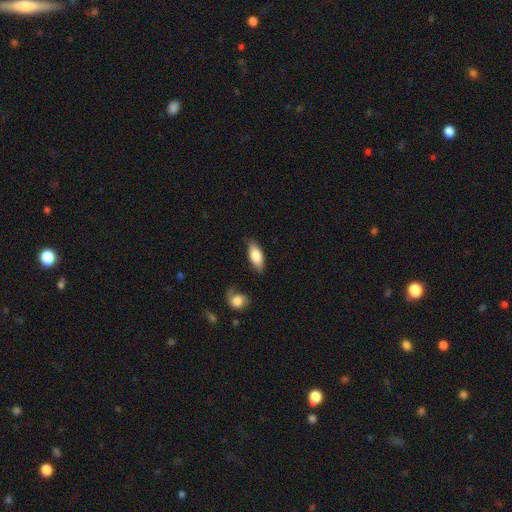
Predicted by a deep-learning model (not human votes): Q: Smooth or featured?
A: smooth (76%); runner-up: featured or disk (18%)
Q: How rounded?
A: in between (84%); runner-up: cigar-shaped (13%)
Q: Merging?
A: none (74%); runner-up: minor disturbance (18%)